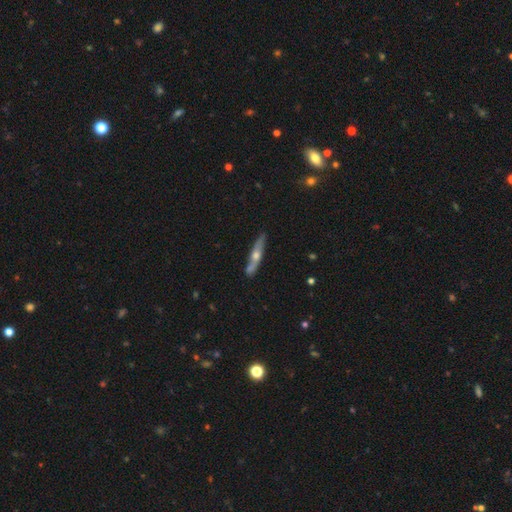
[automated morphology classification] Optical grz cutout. It shows a featured or disk galaxy (64%) viewed edge-on (87%) with a rounded central bulge (88%). Merging: none (83%).